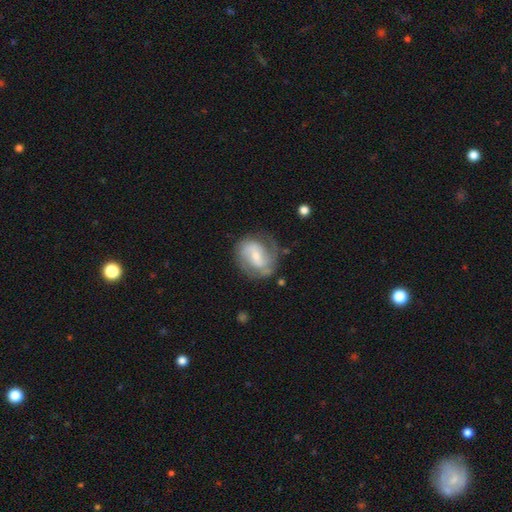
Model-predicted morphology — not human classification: featured or disk 70%, smooth 24%, star or artifact 6%. Down the decision tree: edge-on disk — no (97%); bar — weak (46%); spiral arms — yes (86%); spiral arm count — 2 (69%); spiral winding — medium (44%); bulge size — small (55%); merging — none (64%).